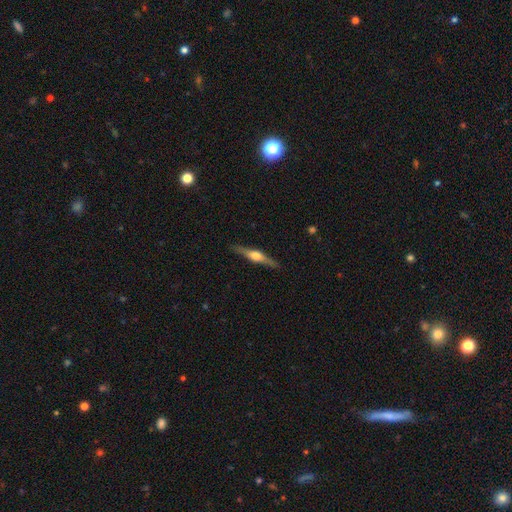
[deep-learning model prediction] Smooth or featured: featured or disk — 75% (smooth — 20%)
Edge-on disk: yes — 98% (no — 2%)
Edge-on bulge: rounded — 91% (boxy — 6%)
Merging: none — 89% (minor disturbance — 8%)